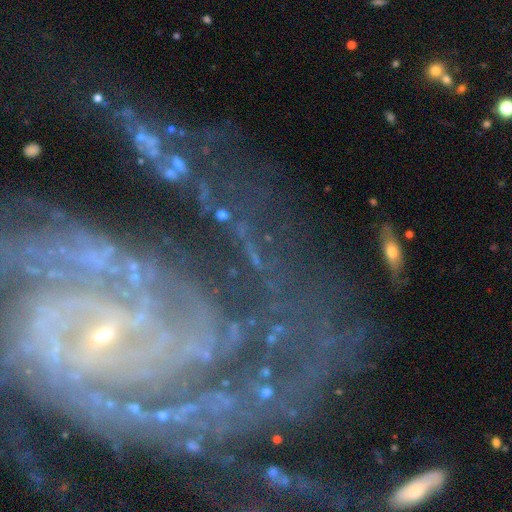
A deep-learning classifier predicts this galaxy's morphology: This is possibly a featured or disk galaxy (60%). It is clearly not viewed edge-on (88%). Bar: possibly no (47%). Spiral arm pattern: clearly yes (83%). Central bulge: possibly small (56%). Merging: possibly none (55%).